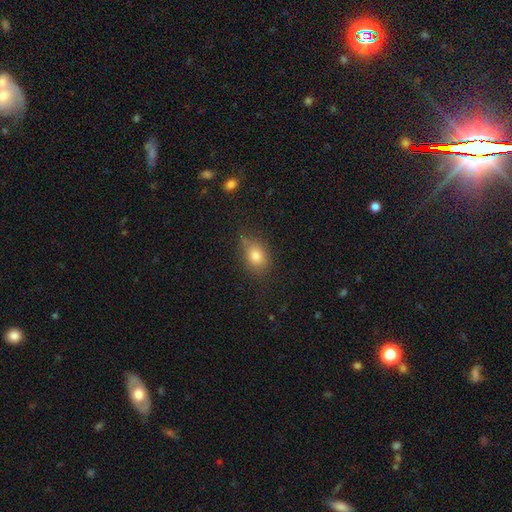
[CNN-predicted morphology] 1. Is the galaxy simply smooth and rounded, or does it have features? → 79% smooth, 11% star or artifact, 9% featured or disk.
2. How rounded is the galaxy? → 65% in between, 33% round, 2% cigar-shaped.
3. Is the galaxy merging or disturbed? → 66% none, 24% minor disturbance, 6% major disturbance, 4% merger.